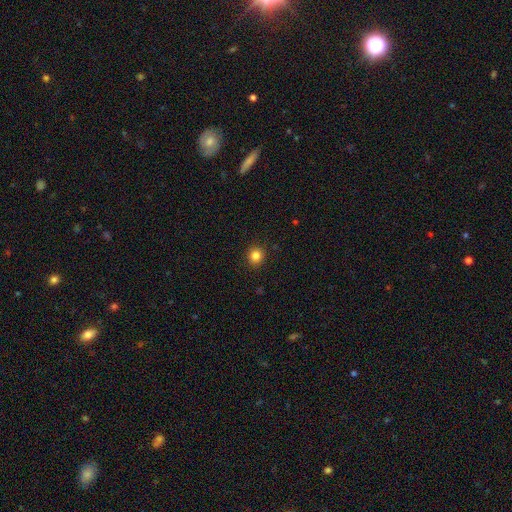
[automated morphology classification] This appears to be a smooth galaxy with no disk features (83%) that is round (89%). Merging: none (92%).